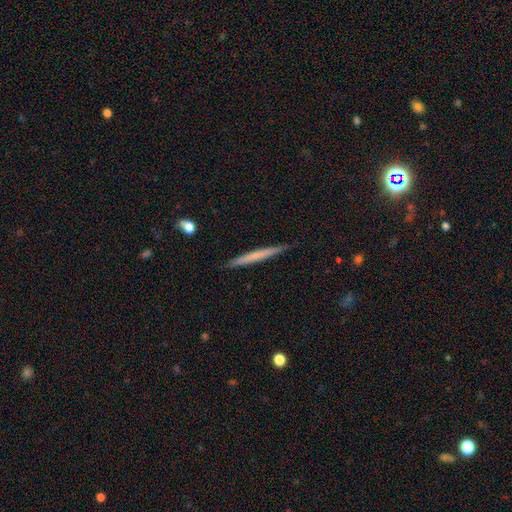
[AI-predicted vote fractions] A smooth galaxy with no disk features (55%) that is cigar-shaped (97%). Merging: none (90%).